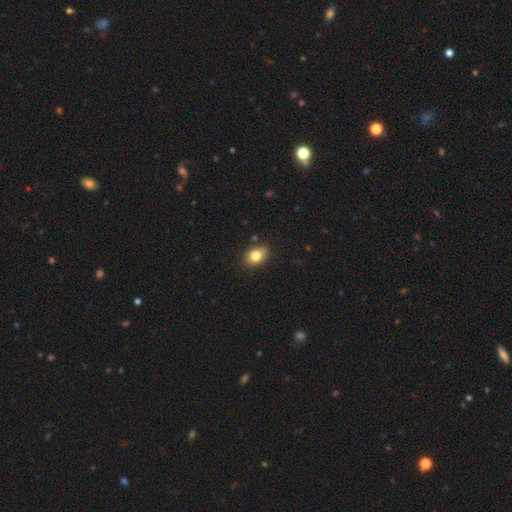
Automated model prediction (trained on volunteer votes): Smooth or featured? smooth (81%)
How rounded? in between (70%)
Merging? none (80%)